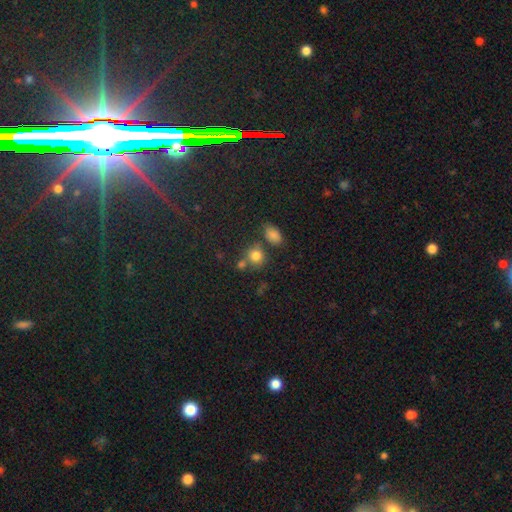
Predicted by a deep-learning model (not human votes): Morphology: type=smooth (79%); roundness=round (79%); merging=none (61%).